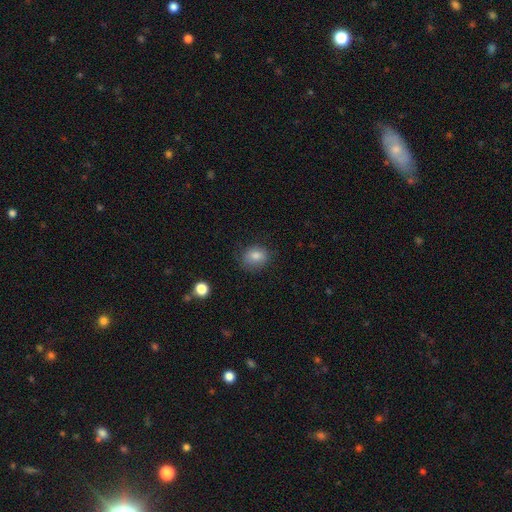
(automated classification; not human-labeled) Smooth or featured? smooth (79%)
How rounded? round (54%)
Merging? none (79%)